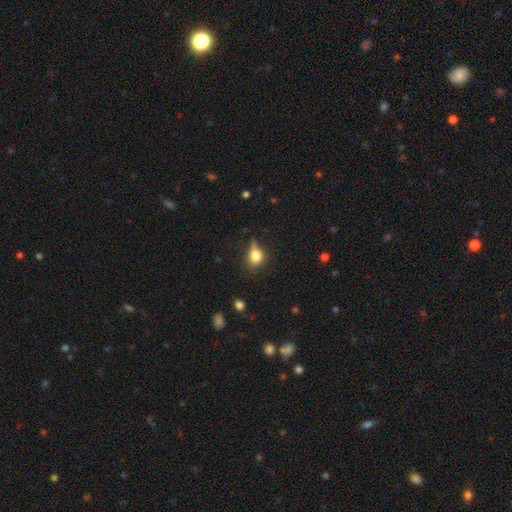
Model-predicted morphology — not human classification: smooth-or-featured: smooth: 79% | featured or disk: 10% | star or artifact: 10%
  how-rounded: in between: 57% | round: 40% | cigar-shaped: 3%
  merging: none: 43% | minor disturbance: 38% | major disturbance: 15% | merger: 5%